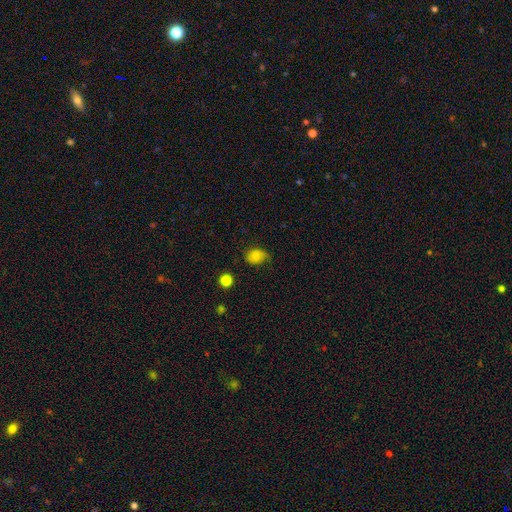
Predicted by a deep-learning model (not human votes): Overall: smooth (77%). How rounded: in between (60%; round 39%). Merging: none (57%; minor disturbance 32%).